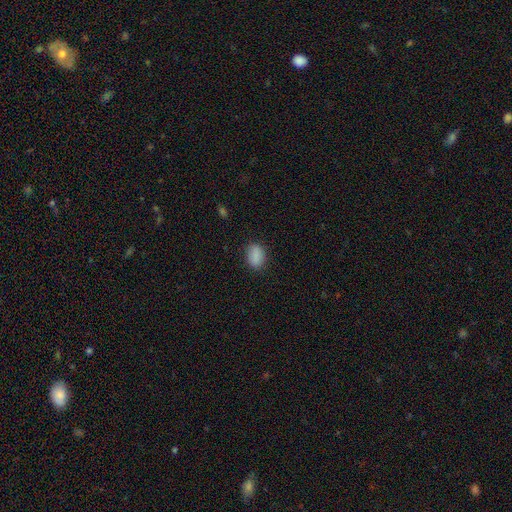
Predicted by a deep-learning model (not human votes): Overall: smooth (86%). How rounded: in between (78%). Merging: none (83%).